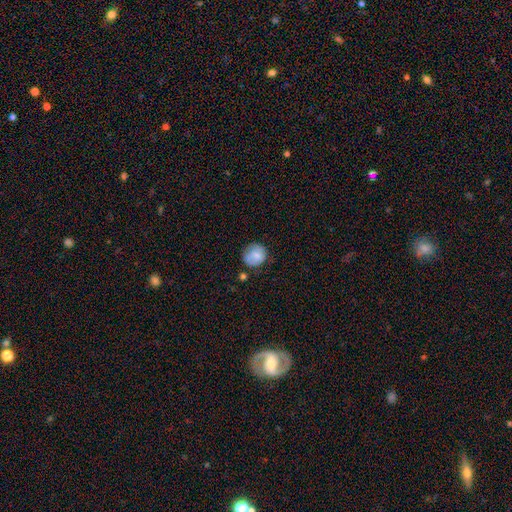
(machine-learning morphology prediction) A smooth galaxy with no disk features (76%) that is round (82%).

Vote fractions:
- Smooth or featured? smooth: 76% / featured or disk: 16% / star or artifact: 8%
- How rounded? round: 82% / in between: 17% / cigar-shaped: 1%
- Merging? none: 69% / minor disturbance: 22% / major disturbance: 6% / merger: 4%